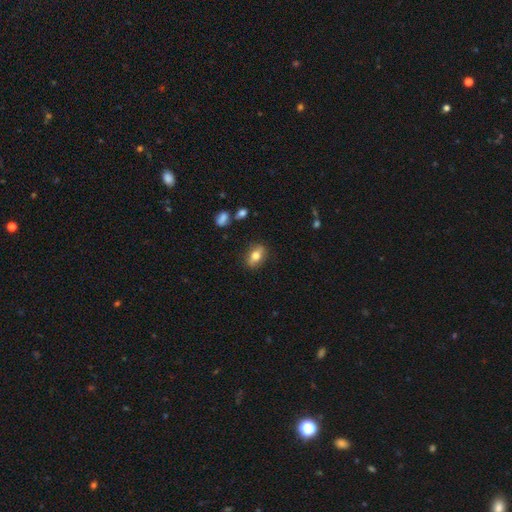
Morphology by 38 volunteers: Volunteers were most divided on "smooth or featured": smooth: 55%, featured or disk: 42%, star or artifact: 3%. More confident: merging — none (89%); how rounded — in between (67%).